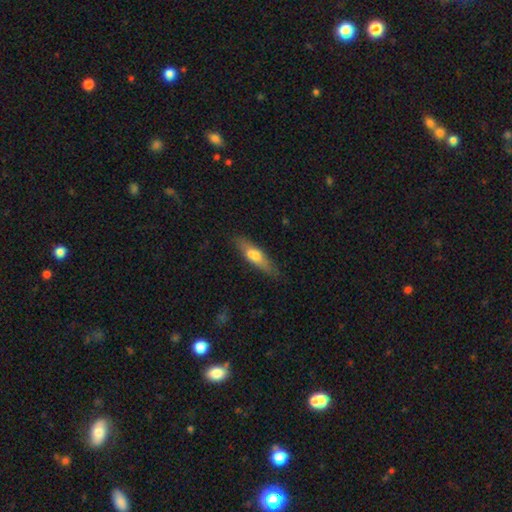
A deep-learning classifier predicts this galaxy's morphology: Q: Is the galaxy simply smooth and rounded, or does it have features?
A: smooth — 65%.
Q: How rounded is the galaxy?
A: cigar-shaped — 63%.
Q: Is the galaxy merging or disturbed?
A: none — 75%.